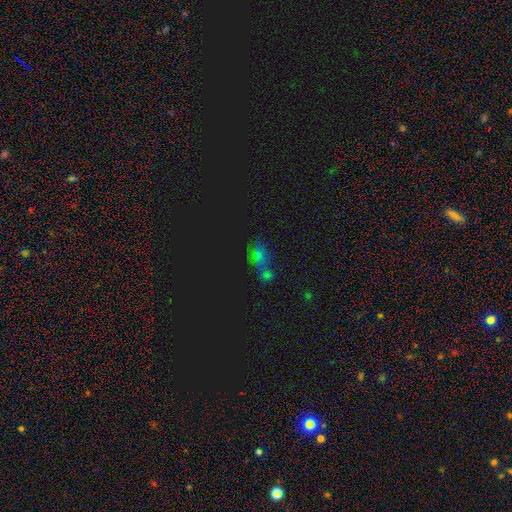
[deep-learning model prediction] This appears to be a star or artifact, not a galaxy (56%).